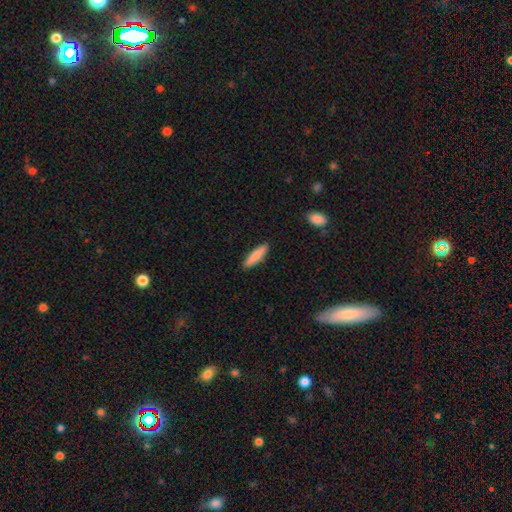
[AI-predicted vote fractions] Smooth or featured: smooth — 83% (featured or disk — 11%)
How rounded: cigar-shaped — 82% (in between — 17%)
Merging: none — 90% (minor disturbance — 7%)